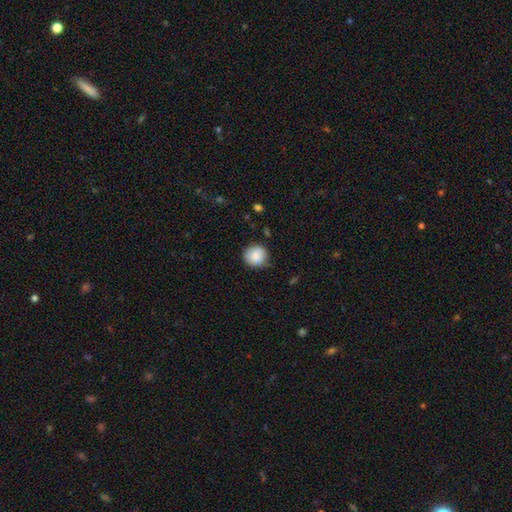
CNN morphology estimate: smooth-or-featured: smooth: 86% | star or artifact: 8% | featured or disk: 6%
  how-rounded: round: 88% | in between: 11% | cigar-shaped: 1%
  merging: none: 83% | minor disturbance: 13% | major disturbance: 3% | merger: 1%